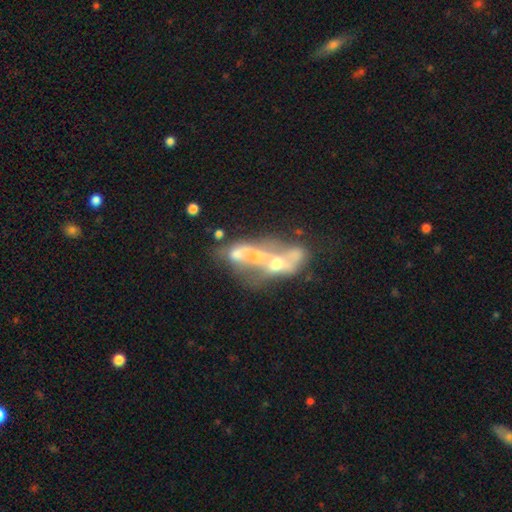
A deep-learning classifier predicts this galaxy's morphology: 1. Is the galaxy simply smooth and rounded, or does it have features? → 66% featured or disk, 19% smooth, 15% star or artifact.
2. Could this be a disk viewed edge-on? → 90% no, 10% yes.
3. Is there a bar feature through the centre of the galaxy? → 83% no, 11% weak, 6% strong.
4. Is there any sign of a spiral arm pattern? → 88% no, 12% yes.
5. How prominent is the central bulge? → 35% moderate, 31% none, 26% small, 5% large, 2% dominant.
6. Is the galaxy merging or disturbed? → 55% merger, 19% major disturbance, 18% none, 9% minor disturbance.